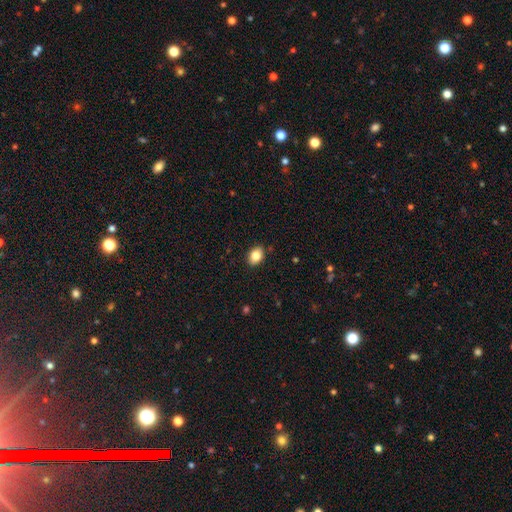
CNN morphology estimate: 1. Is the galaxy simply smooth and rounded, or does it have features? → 85% smooth, 8% star or artifact, 6% featured or disk.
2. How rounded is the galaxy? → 79% in between, 20% round, 1% cigar-shaped.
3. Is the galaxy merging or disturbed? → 88% none, 9% minor disturbance, 2% major disturbance, 1% merger.